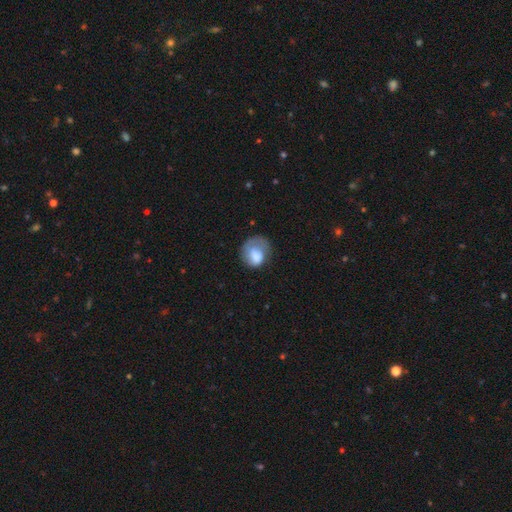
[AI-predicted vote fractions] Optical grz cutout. It shows a smooth galaxy with no disk features (69%) that is round (61%). Merging: none (39%).